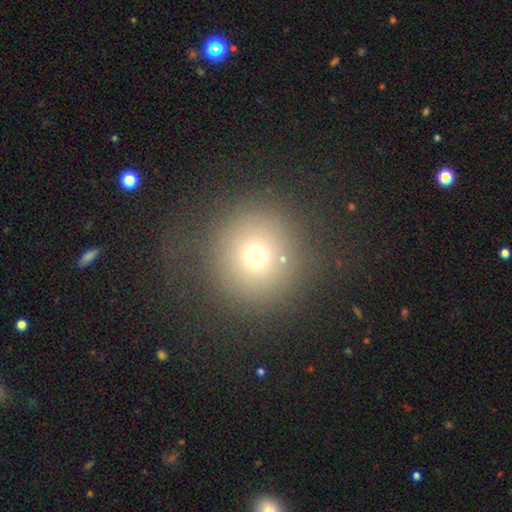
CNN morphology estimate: smooth-or-featured: smooth: 68% | star or artifact: 20% | featured or disk: 13%
  how-rounded: round: 94% | in between: 5% | cigar-shaped: 1%
  merging: none: 76% | minor disturbance: 12% | major disturbance: 9% | merger: 3%